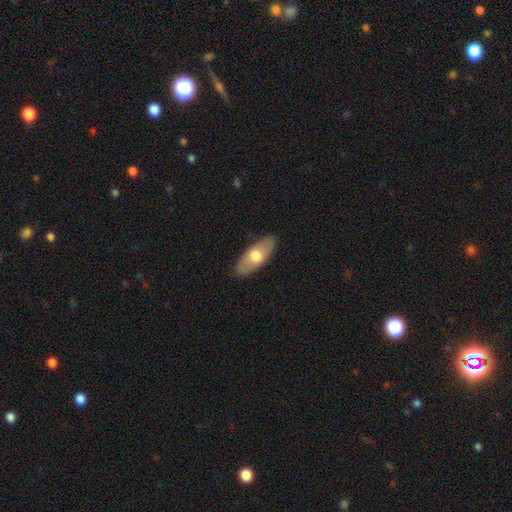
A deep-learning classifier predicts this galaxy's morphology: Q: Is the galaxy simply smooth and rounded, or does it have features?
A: smooth — 64%.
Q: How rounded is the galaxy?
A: in between — 81%.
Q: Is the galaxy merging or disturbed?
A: none — 86%.